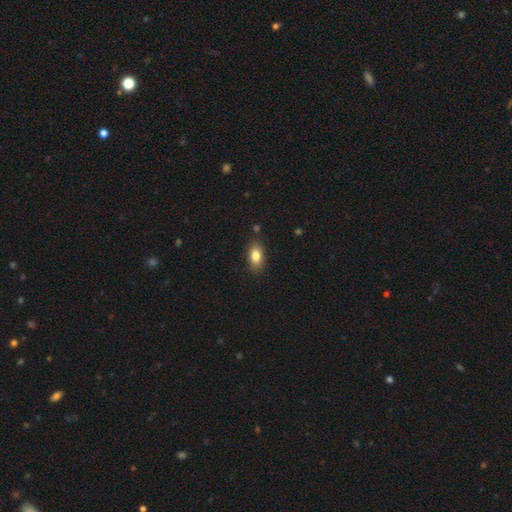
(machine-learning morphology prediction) Smooth or featured?
  - smooth: 83% *
  - featured or disk: 9%
  - star or artifact: 8%
How rounded?
  - in between: 87% *
  - round: 8%
  - cigar-shaped: 4%
Merging?
  - none: 85% *
  - minor disturbance: 11%
  - major disturbance: 2%
  - merger: 2%